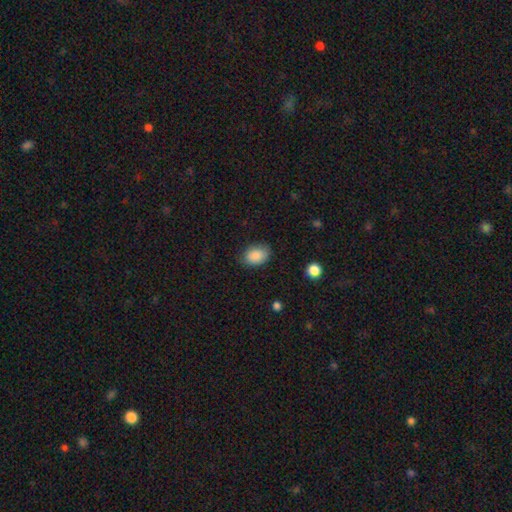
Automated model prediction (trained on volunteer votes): Q: Smooth or featured?
A: smooth (88%); runner-up: star or artifact (7%)
Q: How rounded?
A: in between (82%); runner-up: round (17%)
Q: Merging?
A: none (78%); runner-up: minor disturbance (17%)